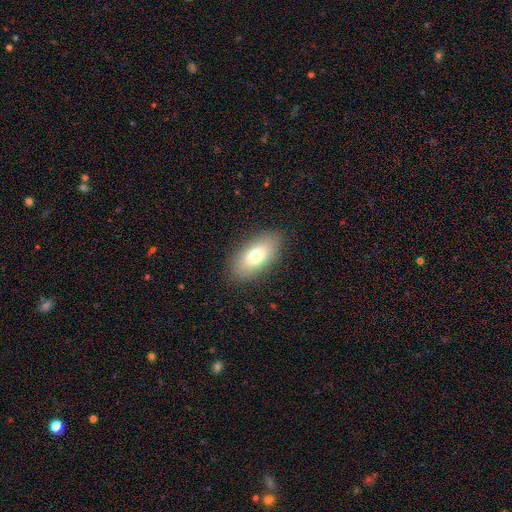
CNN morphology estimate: type=smooth (76%); roundness=in between (90%); merging=none (87%).